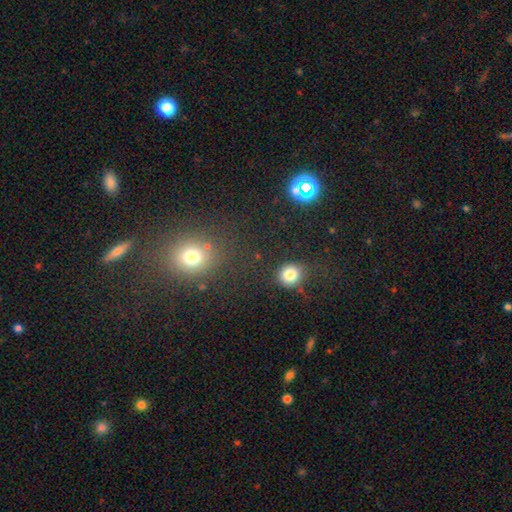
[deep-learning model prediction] Q: Smooth or featured?
A: smooth (55%); runner-up: star or artifact (37%)
Q: How rounded?
A: round (78%); runner-up: in between (20%)
Q: Merging?
A: none (81%); runner-up: minor disturbance (9%)